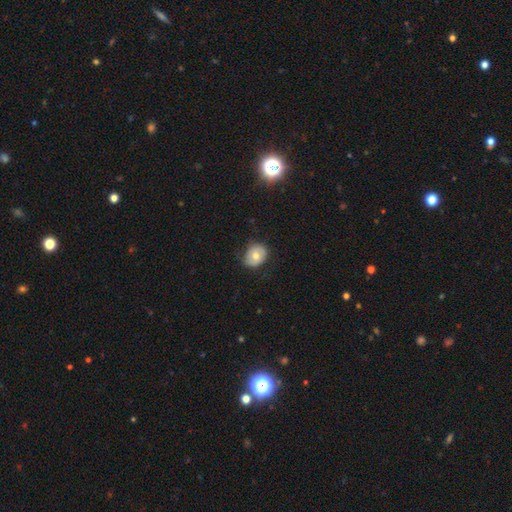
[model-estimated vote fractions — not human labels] The model was most divided on "how rounded": round: 53%, in between: 46%, cigar-shaped: 1%. More confident: merging — none (70%); smooth or featured — smooth (64%).